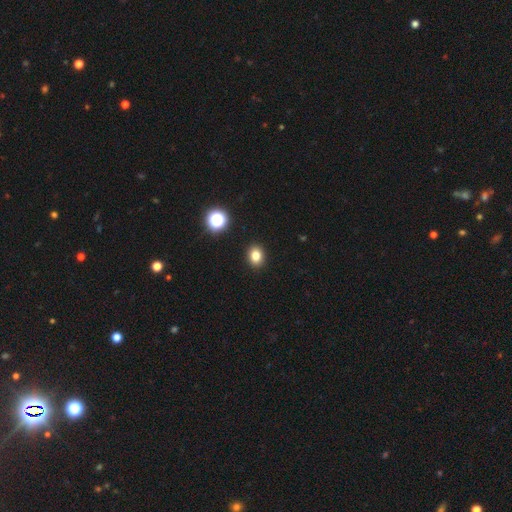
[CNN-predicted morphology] This is clearly a smooth galaxy (81%). How rounded: possibly round (50%). Merging: clearly none (91%).